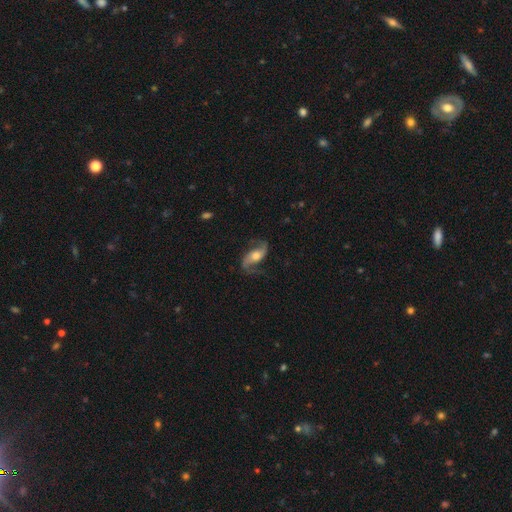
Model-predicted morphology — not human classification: Smooth or featured? Predicted: featured or disk (p=0.83). Edge-on disk? Predicted: no (p=0.94). Bar? Predicted: no (p=0.47). Spiral arms? Predicted: yes (p=0.95). Spiral winding? Predicted: loose (p=0.65). Spiral arm count? Predicted: 2 (p=0.92). Bulge size? Predicted: moderate (p=0.60). Merging? Predicted: none (p=0.72).